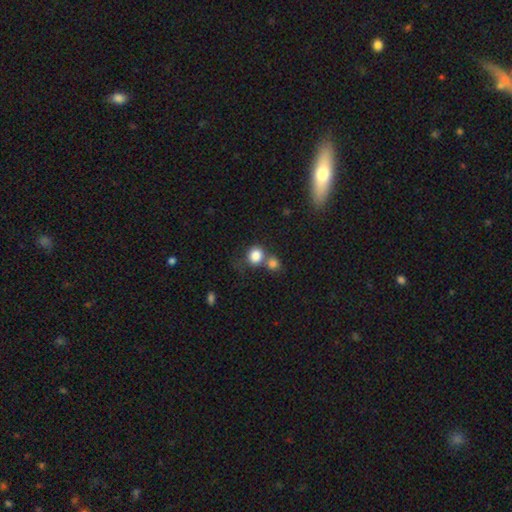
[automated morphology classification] A smooth galaxy with no disk features (83%) that is round (79%). Merging: none (44%).